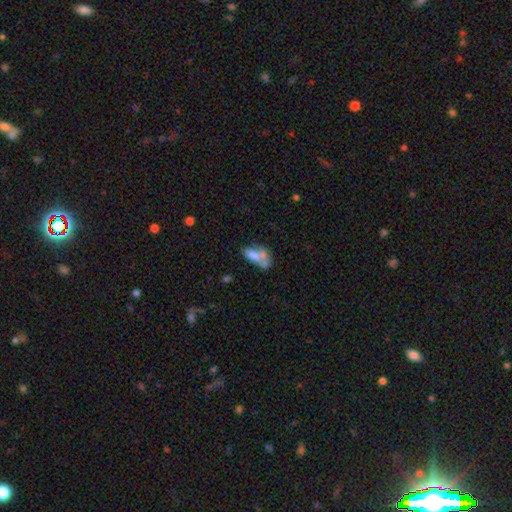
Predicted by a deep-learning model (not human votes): Smooth or featured? Predicted: smooth (p=0.62). How rounded? Predicted: in between (p=0.83). Merging? Predicted: merger (p=0.38).